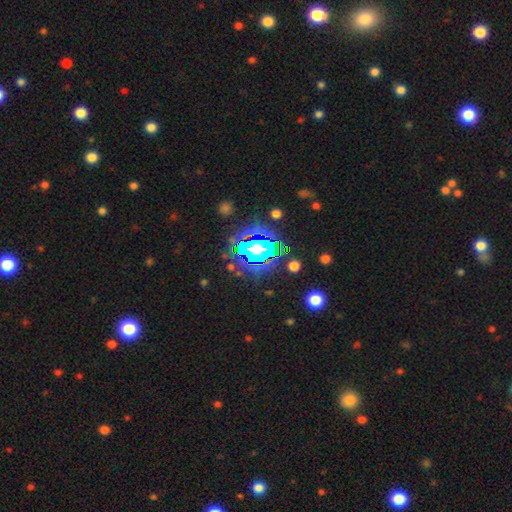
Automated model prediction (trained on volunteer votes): star or artifact 58%, smooth 28%, featured or disk 15%.